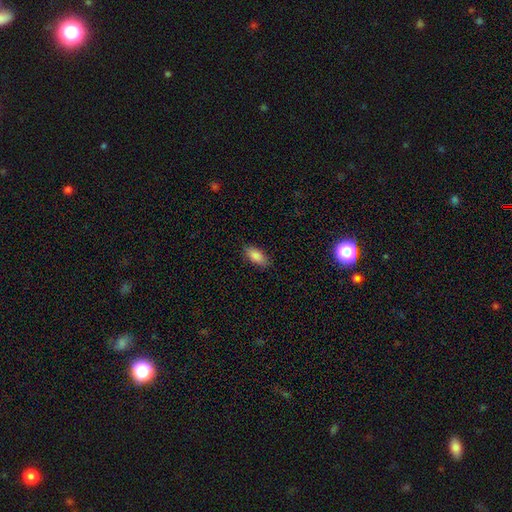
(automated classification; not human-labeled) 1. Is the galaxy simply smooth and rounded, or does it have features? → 87% smooth, 7% star or artifact, 6% featured or disk.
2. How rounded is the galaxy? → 87% in between, 11% cigar-shaped, 2% round.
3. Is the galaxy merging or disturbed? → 85% none, 12% minor disturbance, 3% major disturbance, 1% merger.